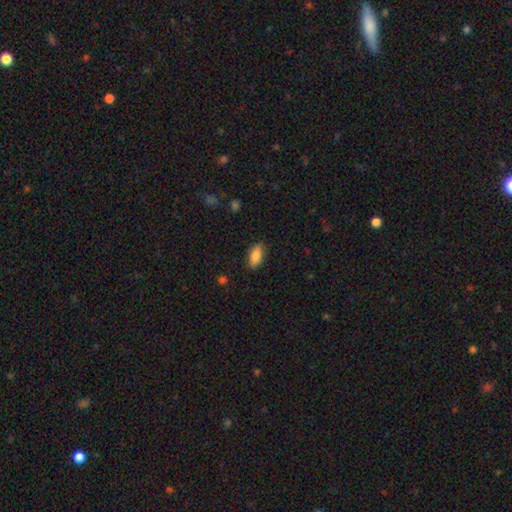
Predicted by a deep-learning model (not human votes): A smooth galaxy with no disk features (85%) that is in between round and cigar-shaped (87%). Merging: none (86%).